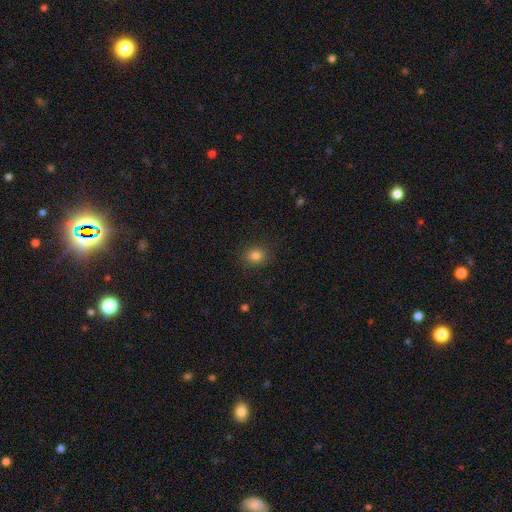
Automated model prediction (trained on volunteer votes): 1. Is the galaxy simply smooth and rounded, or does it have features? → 81% smooth, 13% star or artifact, 6% featured or disk.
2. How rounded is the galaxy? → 75% round, 24% in between, 1% cigar-shaped.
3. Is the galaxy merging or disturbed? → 89% none, 8% minor disturbance, 2% major disturbance, 1% merger.